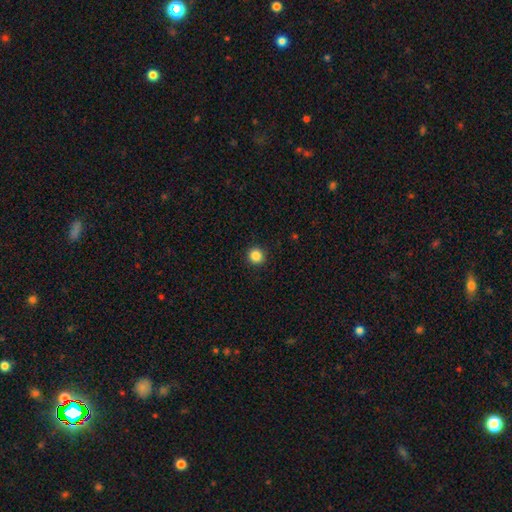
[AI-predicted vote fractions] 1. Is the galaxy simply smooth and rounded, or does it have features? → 86% smooth, 10% star or artifact, 4% featured or disk.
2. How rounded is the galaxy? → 94% round, 5% in between, 1% cigar-shaped.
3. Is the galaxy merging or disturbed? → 92% none, 5% minor disturbance, 2% major disturbance, 1% merger.